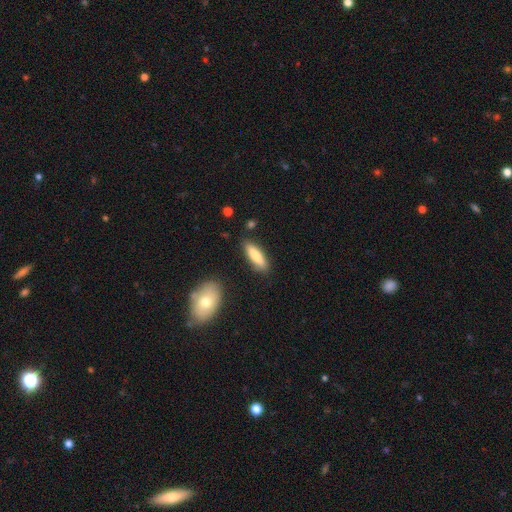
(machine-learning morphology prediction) This is likely a smooth galaxy (77%). How rounded: possibly cigar-shaped (60%). Merging: clearly none (85%).